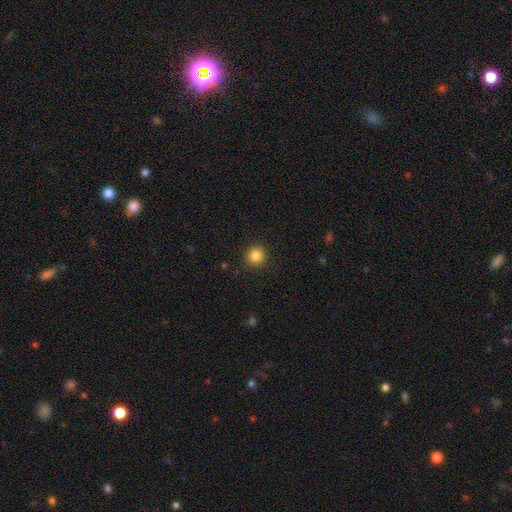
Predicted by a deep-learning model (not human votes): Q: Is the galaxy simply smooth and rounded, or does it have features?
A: smooth — 85%.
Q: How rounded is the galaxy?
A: round — 93%.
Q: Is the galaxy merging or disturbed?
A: none — 91%.